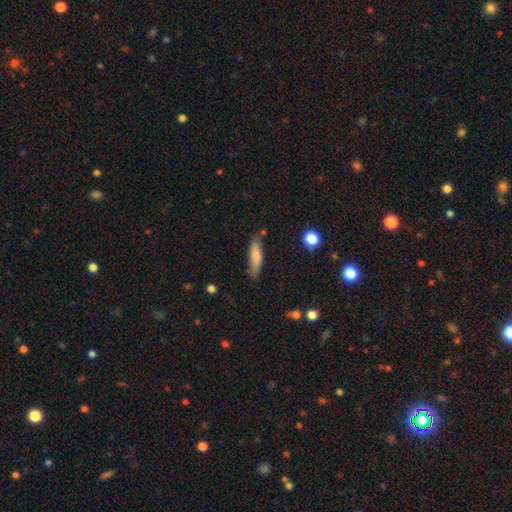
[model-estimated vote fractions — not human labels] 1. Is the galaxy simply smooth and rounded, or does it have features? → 72% smooth, 21% featured or disk, 7% star or artifact.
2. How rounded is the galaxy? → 64% cigar-shaped, 34% in between, 2% round.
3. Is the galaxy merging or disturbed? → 74% none, 19% minor disturbance, 4% merger, 3% major disturbance.